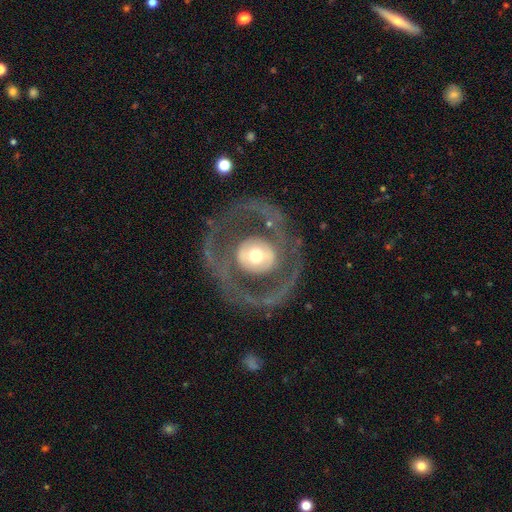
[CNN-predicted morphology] The model was most divided on "spiral arms": no: 58%, yes: 42%. More confident: edge-on disk — no (94%); merging — none (72%); bar — no (71%); smooth or featured — featured or disk (69%); bulge size — moderate (56%).